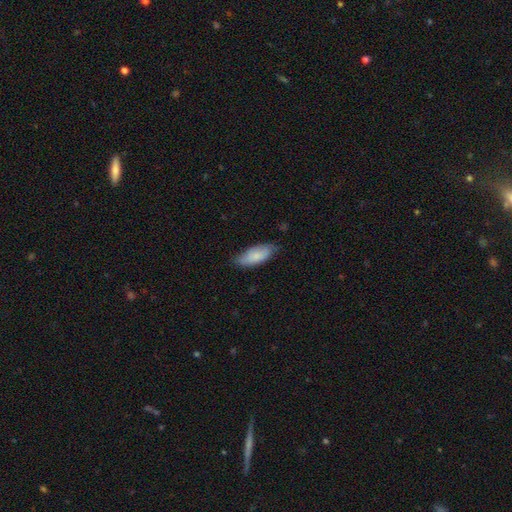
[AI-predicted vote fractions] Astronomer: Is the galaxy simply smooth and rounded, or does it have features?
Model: smooth — 77%.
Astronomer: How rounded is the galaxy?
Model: in between — 81%.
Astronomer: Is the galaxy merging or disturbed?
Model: none — 66%.